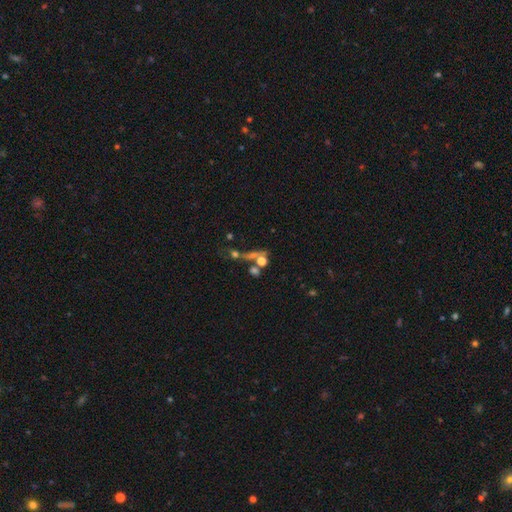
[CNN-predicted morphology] Smooth or featured? star or artifact (37%)